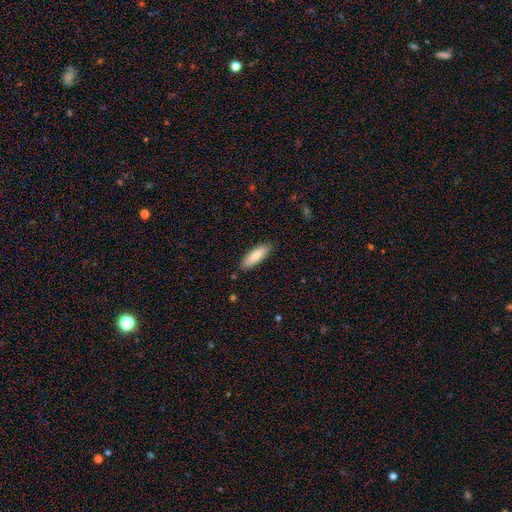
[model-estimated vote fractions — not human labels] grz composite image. It shows a smooth galaxy with no disk features (82%) that is in between round and cigar-shaped (57%). Merging: none (87%).